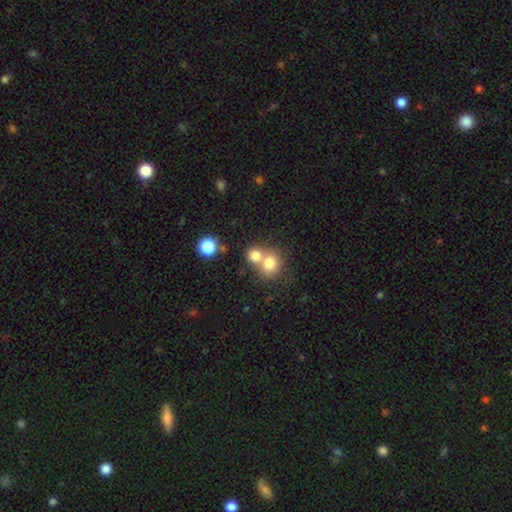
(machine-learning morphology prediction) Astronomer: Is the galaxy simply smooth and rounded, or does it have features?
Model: smooth — 77%.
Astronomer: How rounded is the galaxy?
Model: round — 75%.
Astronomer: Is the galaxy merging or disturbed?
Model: merger — 56% (runner-up: none, 35%).